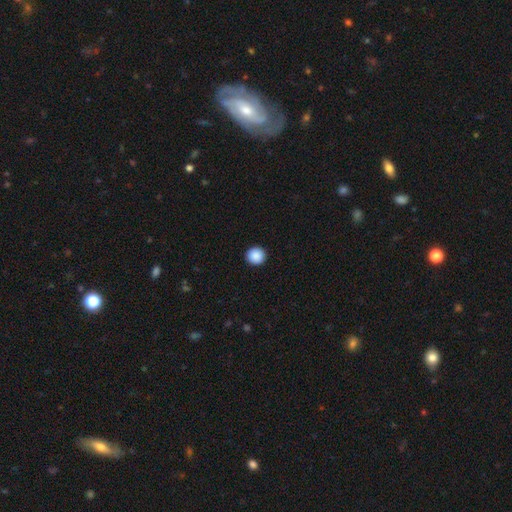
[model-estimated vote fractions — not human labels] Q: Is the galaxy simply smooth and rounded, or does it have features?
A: smooth — 90%.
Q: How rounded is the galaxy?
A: round — 94%.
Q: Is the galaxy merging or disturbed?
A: none — 93%.